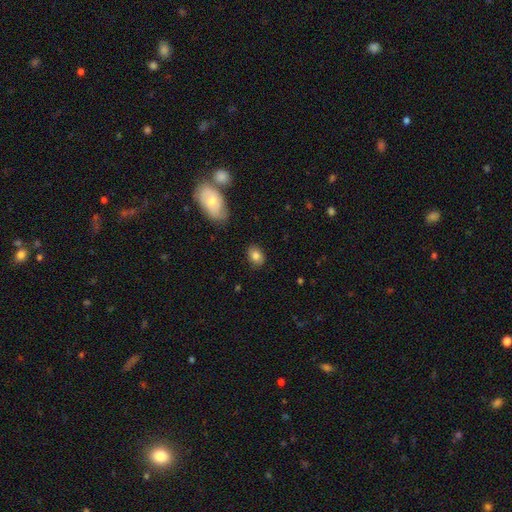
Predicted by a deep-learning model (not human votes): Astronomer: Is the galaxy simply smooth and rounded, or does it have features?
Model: smooth — 80%.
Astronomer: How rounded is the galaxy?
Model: in between — 70%.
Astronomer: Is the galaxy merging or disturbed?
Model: none — 83%.